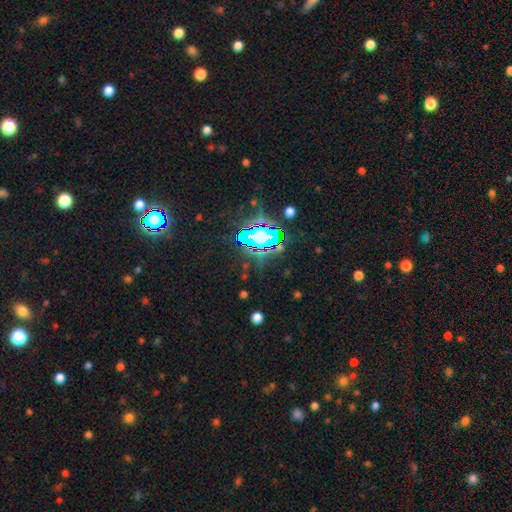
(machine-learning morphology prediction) A star or artifact, not a galaxy (82%).